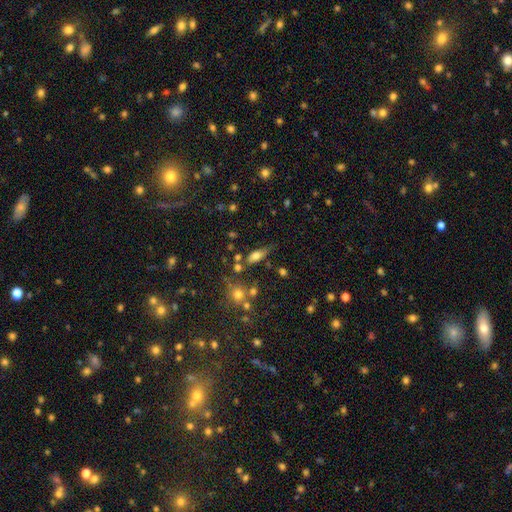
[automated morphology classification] Overall: smooth (69%). How rounded: in between (77%). Merging: none (57%; minor disturbance 24%).